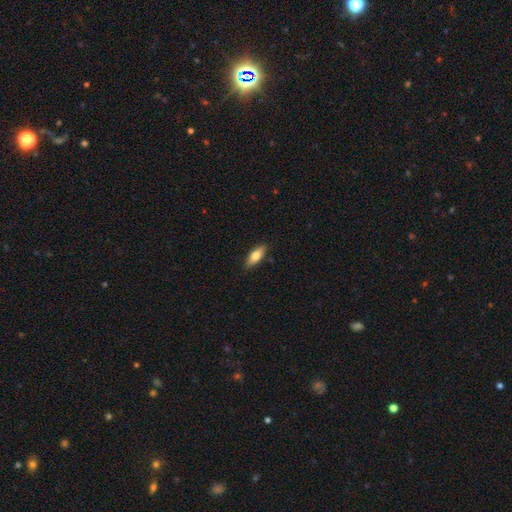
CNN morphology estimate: The model was most divided on "how rounded": in between: 65%, cigar-shaped: 32%, round: 2%. More confident: merging — none (86%); smooth or featured — smooth (73%).